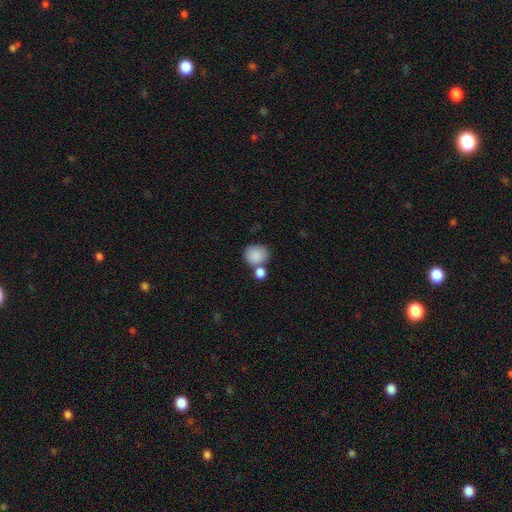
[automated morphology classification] Smooth or featured? smooth (86%)
How rounded? round (72%)
Merging? none (54%)